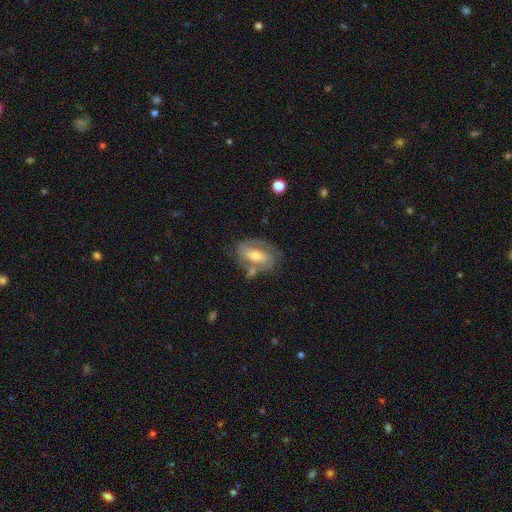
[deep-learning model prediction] Smooth or featured? Predicted: featured or disk (p=0.74). Edge-on disk? Predicted: no (p=0.94). Bar? Predicted: weak (p=0.36). Spiral arms? Predicted: yes (p=0.82). Spiral winding? Predicted: tight (p=0.46). Spiral arm count? Predicted: 2 (p=0.75). Bulge size? Predicted: moderate (p=0.62). Merging? Predicted: none (p=0.60).